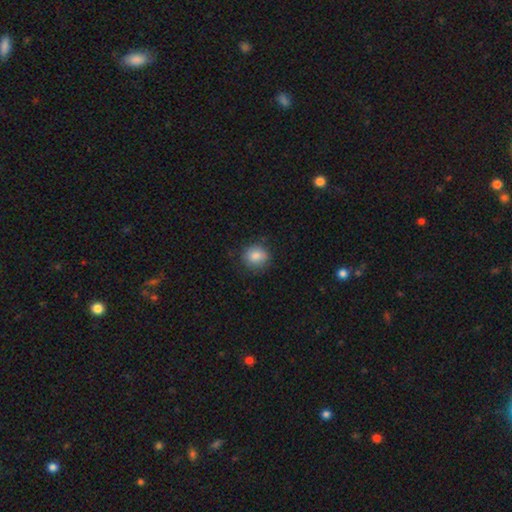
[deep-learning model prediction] The model was most divided on "how rounded": round: 77%, in between: 22%, cigar-shaped: 1%. More confident: smooth or featured — smooth (85%); merging — none (81%).